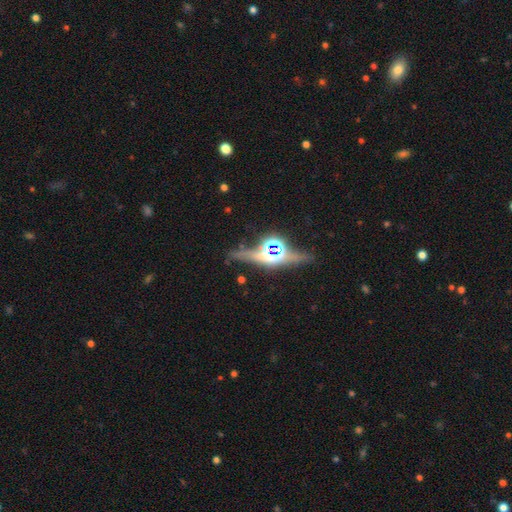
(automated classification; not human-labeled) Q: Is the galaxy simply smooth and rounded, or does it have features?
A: star or artifact — 50%.